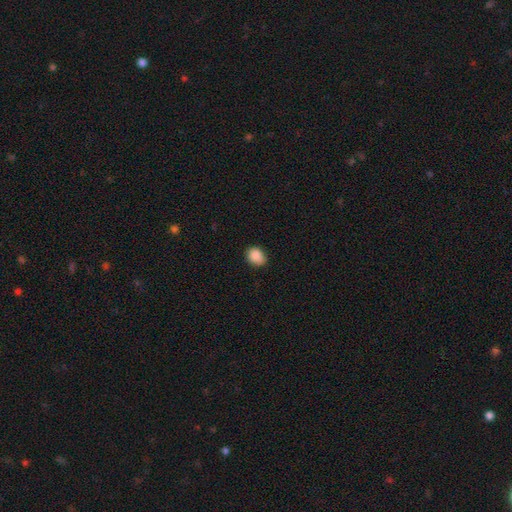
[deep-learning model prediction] Smooth or featured? smooth (88%)
How rounded? round (50%)
Merging? none (79%)